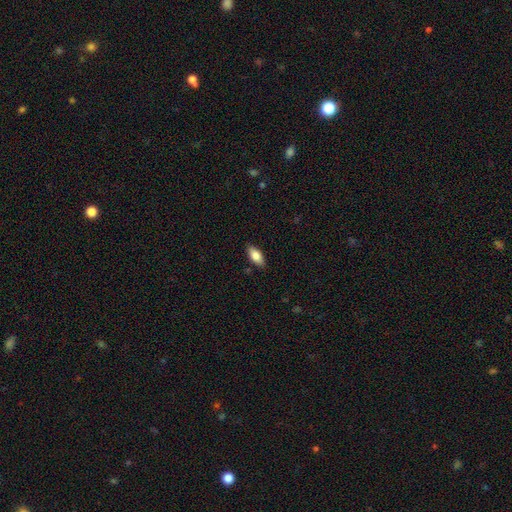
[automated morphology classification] smooth_or_featured: smooth (p=0.80) [alt: featured or disk p=0.13]
how_rounded: in between (p=0.86) [alt: cigar-shaped p=0.12]
merging: none (p=0.87) [alt: minor disturbance p=0.10]